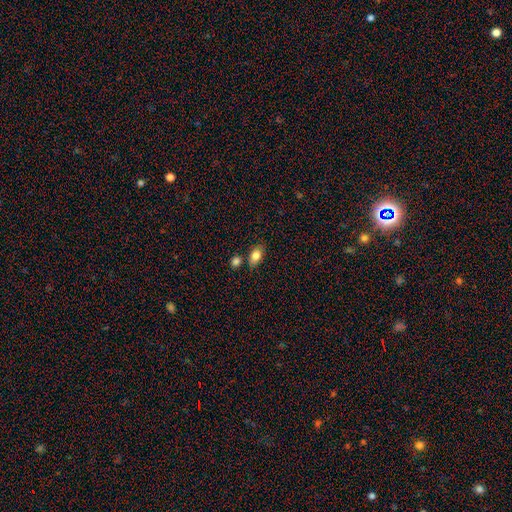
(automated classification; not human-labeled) A smooth galaxy with no disk features (82%) that is in between round and cigar-shaped (80%).

Vote fractions:
- Smooth or featured? smooth: 82% / featured or disk: 9% / star or artifact: 9%
- How rounded? in between: 80% / round: 17% / cigar-shaped: 2%
- Merging? none: 70% / minor disturbance: 14% / merger: 12% / major disturbance: 3%